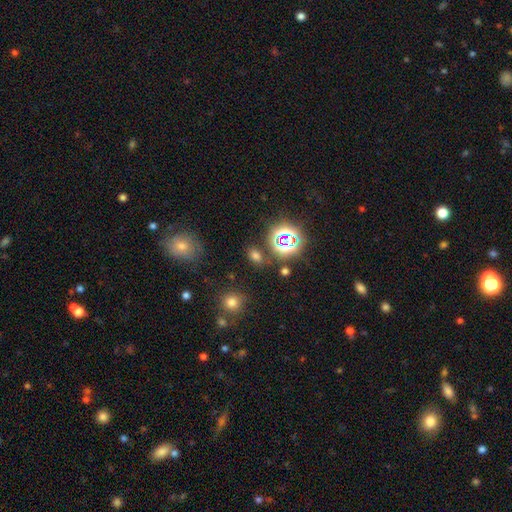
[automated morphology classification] A smooth galaxy with no disk features (60%) that is in between round and cigar-shaped (75%).

Vote fractions:
- Smooth or featured? smooth: 60% / star or artifact: 34% / featured or disk: 7%
- How rounded? in between: 75% / round: 22% / cigar-shaped: 2%
- Merging? none: 78% / minor disturbance: 11% / merger: 7% / major disturbance: 4%